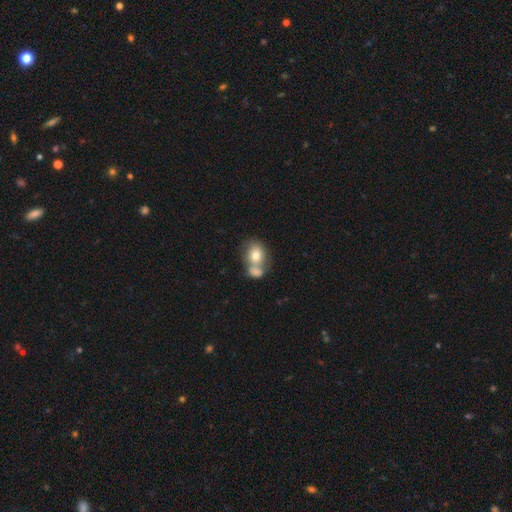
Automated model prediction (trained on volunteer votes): smooth-or-featured: smooth: 73% | featured or disk: 18% | star or artifact: 9%
  how-rounded: round: 52% | in between: 47% | cigar-shaped: 1%
  merging: merger: 56% | none: 30% | minor disturbance: 10% | major disturbance: 4%